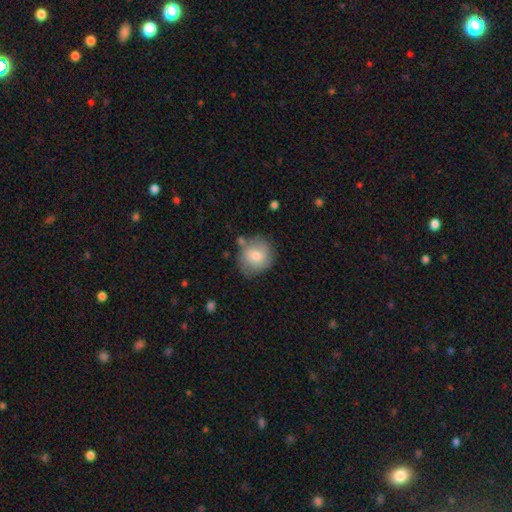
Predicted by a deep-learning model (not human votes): Smooth or featured: smooth — 69% (featured or disk — 23%)
How rounded: round — 83% (in between — 16%)
Merging: none — 65% (minor disturbance — 22%)